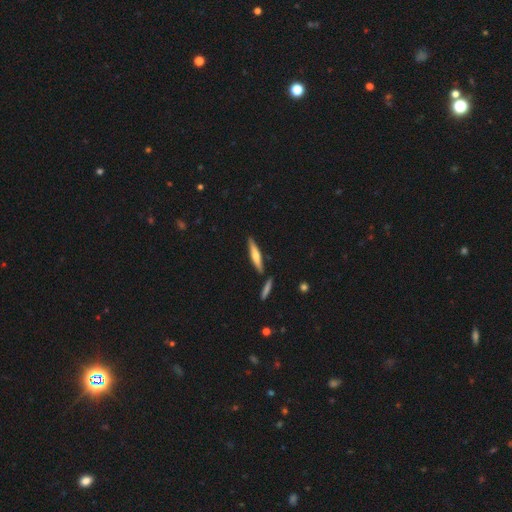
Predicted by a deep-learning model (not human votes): This is possibly a smooth galaxy (50%). How rounded: clearly cigar-shaped (88%). Merging: clearly none (84%).